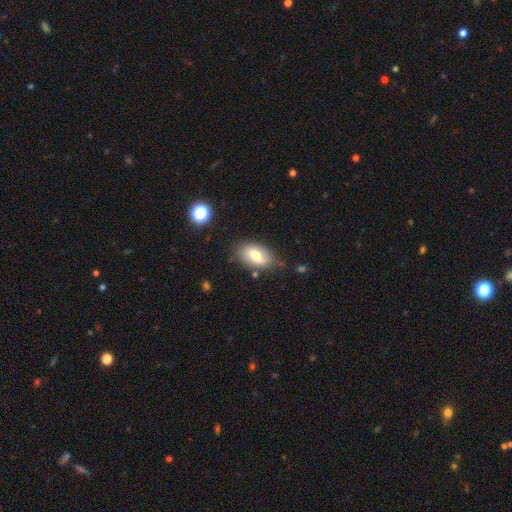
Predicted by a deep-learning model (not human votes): smooth 68%, featured or disk 24%, star or artifact 8%. Down the decision tree: how rounded — in between (91%); merging — none (74%).